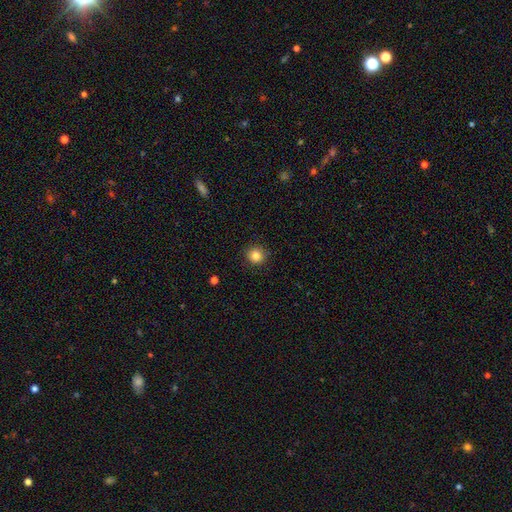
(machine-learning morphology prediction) Smooth or featured? smooth (84%)
How rounded? round (90%)
Merging? none (91%)